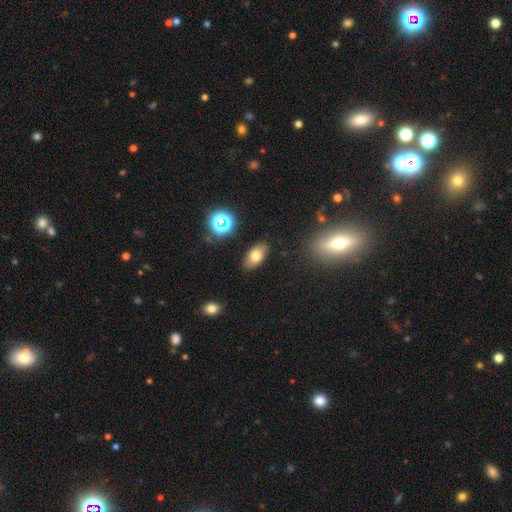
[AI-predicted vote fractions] smooth 75%, featured or disk 14%, star or artifact 11%. Down the decision tree: how rounded — in between (91%); merging — none (85%).